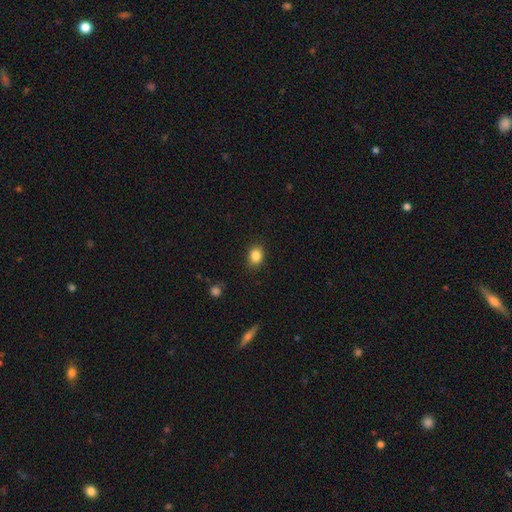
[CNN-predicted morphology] smooth-or-featured: smooth: 85% | star or artifact: 10% | featured or disk: 5%
  how-rounded: in between: 53% | round: 46% | cigar-shaped: 1%
  merging: none: 85% | minor disturbance: 11% | major disturbance: 3% | merger: 1%